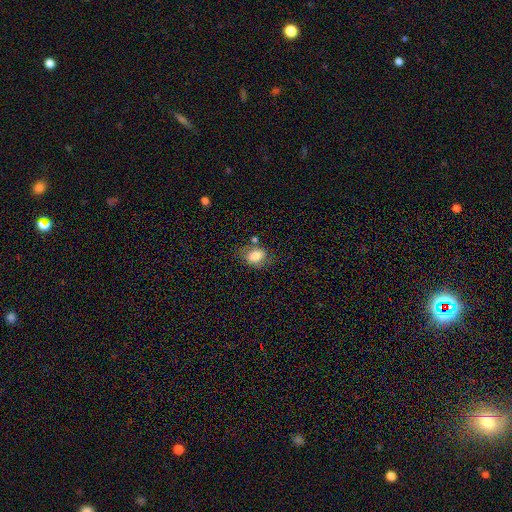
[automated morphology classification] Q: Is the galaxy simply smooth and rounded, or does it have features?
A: smooth — 78%.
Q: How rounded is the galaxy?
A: in between — 64%.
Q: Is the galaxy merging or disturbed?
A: none — 62%.